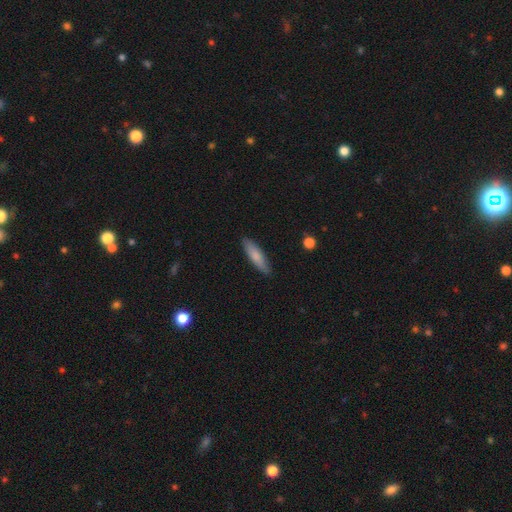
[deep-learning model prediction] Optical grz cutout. It shows a smooth galaxy with no disk features (78%) that is cigar-shaped (66%). Merging: none (87%).